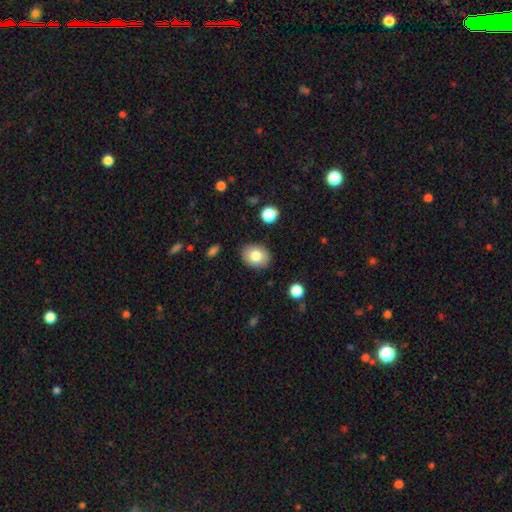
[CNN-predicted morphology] A smooth galaxy with no disk features (80%) that is in between round and cigar-shaped (61%). Merging: none (86%).